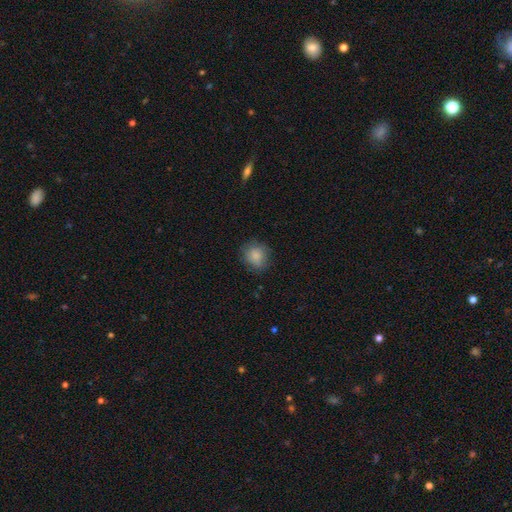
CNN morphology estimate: A smooth galaxy with no disk features (84%) that is round (78%). Merging: none (78%).